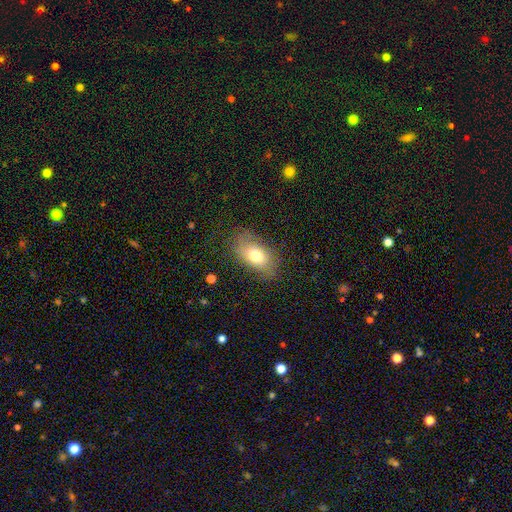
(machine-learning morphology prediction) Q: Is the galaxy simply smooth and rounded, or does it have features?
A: smooth — 73%.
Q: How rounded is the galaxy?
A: in between — 88%.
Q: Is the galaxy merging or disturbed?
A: none — 73%.